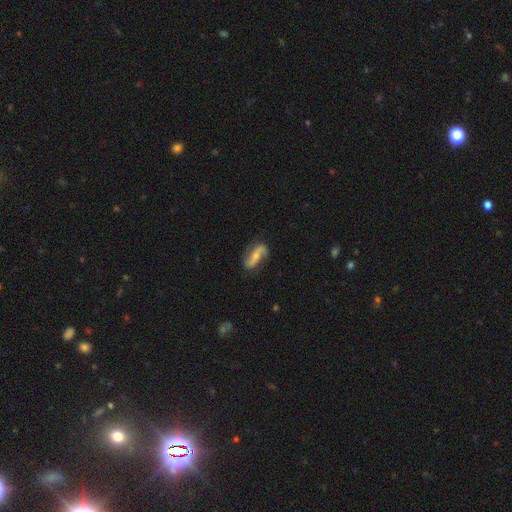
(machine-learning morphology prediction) smooth-or-featured: featured or disk: 70% | smooth: 23% | star or artifact: 6%
  disk-edge-on: no: 90% | yes: 10%
    bar: strong: 38% | no: 34% | weak: 28%
    has-spiral-arms: yes: 91% | no: 9%
      spiral-winding: loose: 70% | medium: 21% | tight: 10%
      spiral-arm-count: 2: 91% | can't tell: 4% | 1: 3% | 3: 1% | 4: 1% | more than 4: 1%
    bulge-size: small: 54% | moderate: 34% | none: 8% | large: 3% | dominant: 1%
  merging: none: 78% | minor disturbance: 16% | major disturbance: 5% | merger: 2%